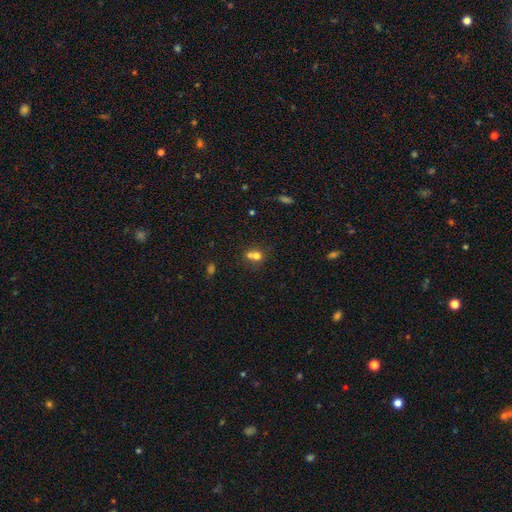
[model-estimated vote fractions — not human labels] smooth-or-featured: smooth: 69% | featured or disk: 17% | star or artifact: 14%
  how-rounded: round: 65% | in between: 34% | cigar-shaped: 2%
  merging: merger: 57% | none: 31% | minor disturbance: 8% | major disturbance: 4%